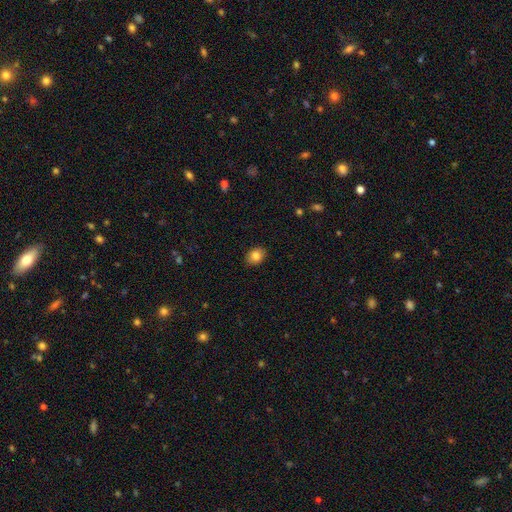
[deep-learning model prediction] Smooth or featured? smooth (84%)
How rounded? in between (54%)
Merging? none (88%)